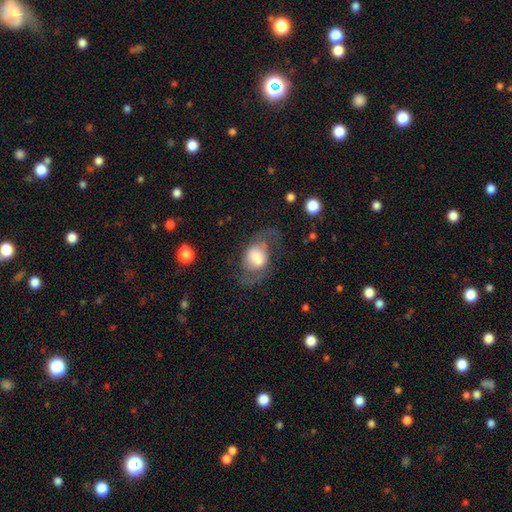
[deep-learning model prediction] The model was most divided on "bar": no: 47%, weak: 40%, strong: 14%. Remaining: edge-on disk — no (95%); spiral arms — yes (75%); smooth or featured — featured or disk (53%); merging — none (52%); bulge size — large (38%).